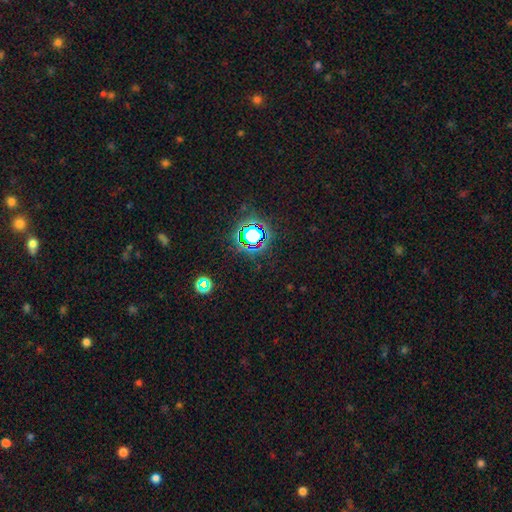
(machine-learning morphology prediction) This is likely a star or artifact rather than a galaxy (80%).